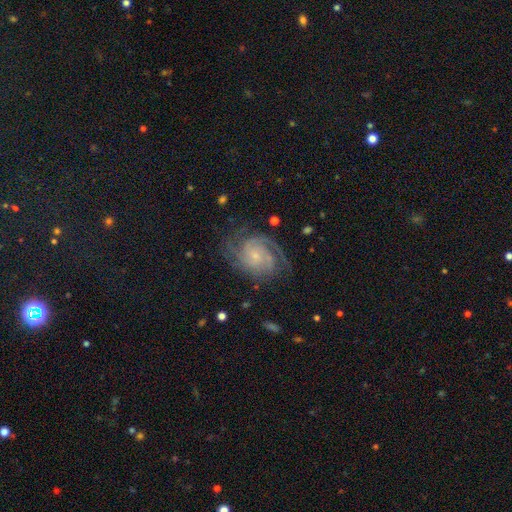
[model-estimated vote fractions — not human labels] Q: Smooth or featured?
A: featured or disk (87%); runner-up: smooth (7%)
Q: Edge-on disk?
A: no (98%); runner-up: yes (2%)
Q: Bar?
A: no (72%); runner-up: weak (23%)
Q: Spiral arms?
A: yes (97%); runner-up: no (3%)
Q: Spiral winding?
A: tight (58%); runner-up: medium (35%)
Q: Spiral arm count?
A: 3 (29%); runner-up: 2 (21%)
Q: Bulge size?
A: small (77%); runner-up: moderate (15%)
Q: Merging?
A: none (72%); runner-up: minor disturbance (17%)